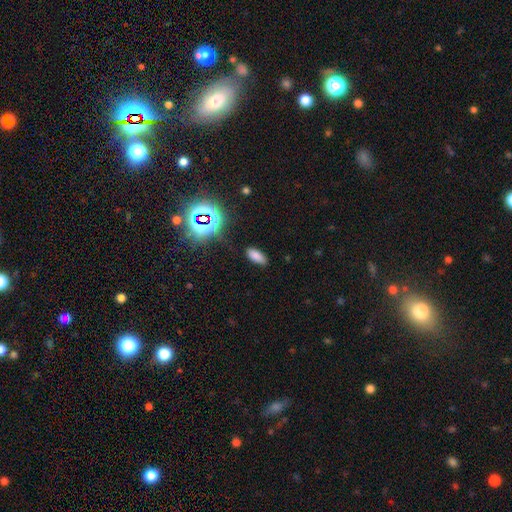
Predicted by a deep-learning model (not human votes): Smooth or featured? Predicted: smooth (p=0.75). How rounded? Predicted: in between (p=0.85). Merging? Predicted: none (p=0.83).